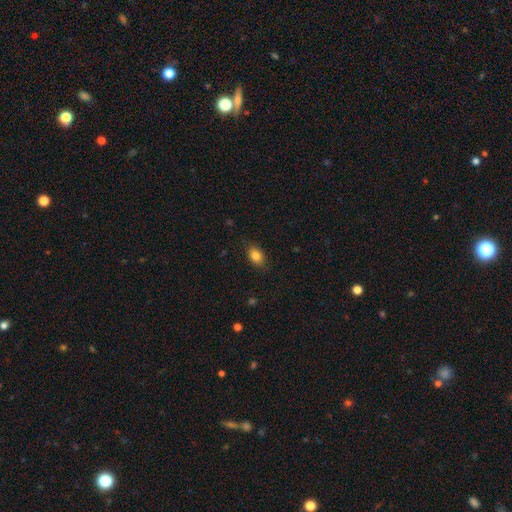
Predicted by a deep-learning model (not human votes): Smooth or featured? Predicted: smooth (p=0.84). How rounded? Predicted: in between (p=0.82). Merging? Predicted: none (p=0.84).